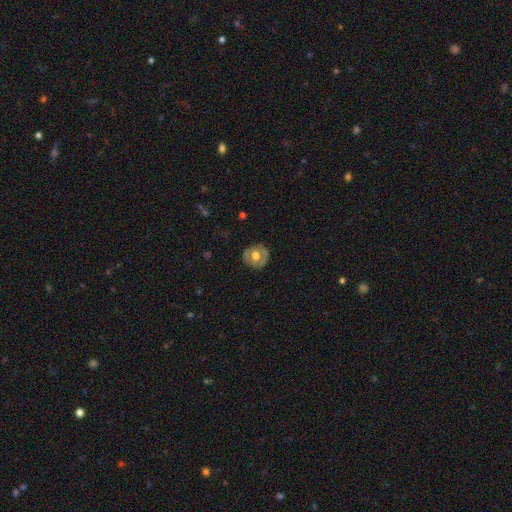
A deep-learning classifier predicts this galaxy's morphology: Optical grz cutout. It shows a featured or disk galaxy (47%). Merging: none (80%).